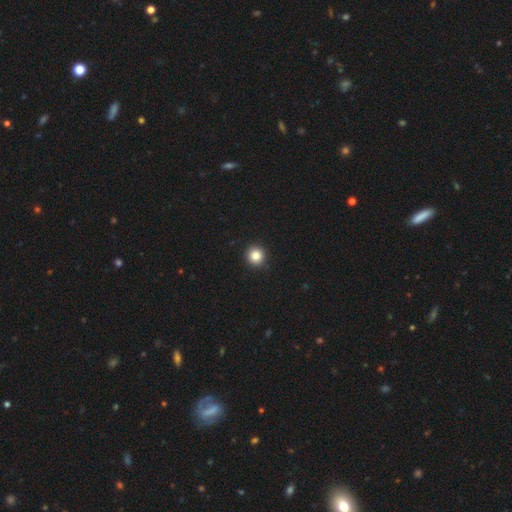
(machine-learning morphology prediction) type=smooth (85%); roundness=round (95%); merging=none (93%).